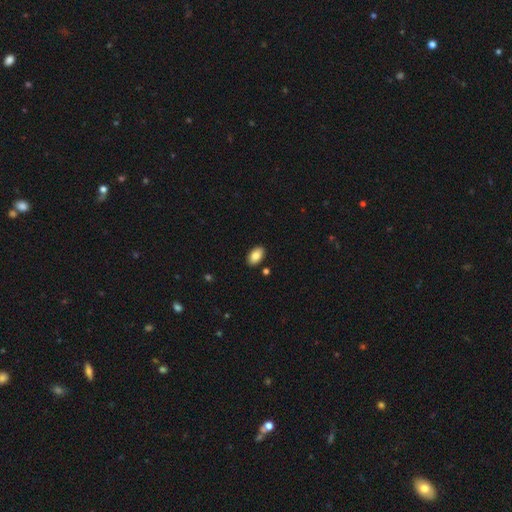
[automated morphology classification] smooth 84%, featured or disk 8%, star or artifact 7%. Down the decision tree: how rounded — in between (93%); merging — none (88%).